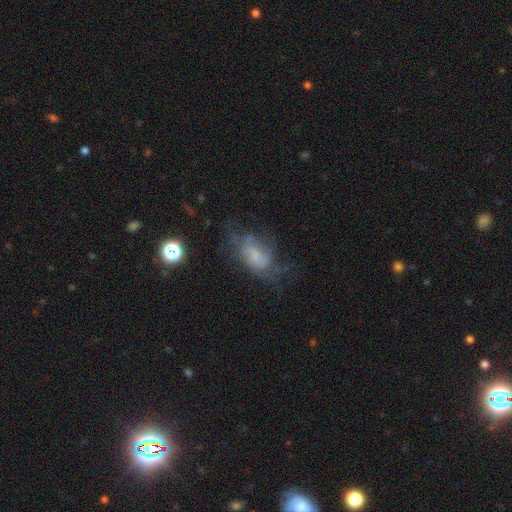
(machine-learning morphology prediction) Smooth or featured? Predicted: featured or disk (p=0.49). Merging? Predicted: none (p=0.41).